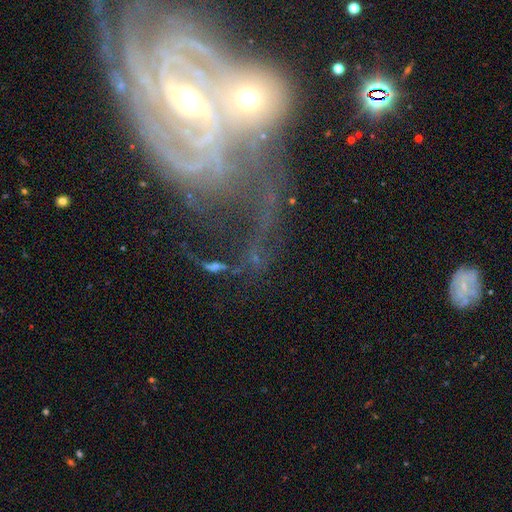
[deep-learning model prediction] This is likely a featured or disk galaxy (63%). It is clearly not viewed edge-on (87%). Bar: marginally no (42%). Spiral arm pattern: likely yes (79%). Central bulge: possibly small (54%). Merging: possibly none (48%).